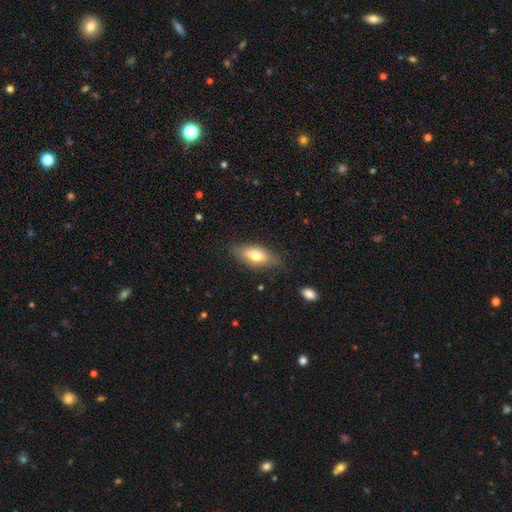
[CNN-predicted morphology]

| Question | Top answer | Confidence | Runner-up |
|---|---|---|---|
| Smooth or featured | smooth | 67% | featured or disk (26%) |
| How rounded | in between | 72% | cigar-shaped (25%) |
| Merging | none | 77% | minor disturbance (17%) |